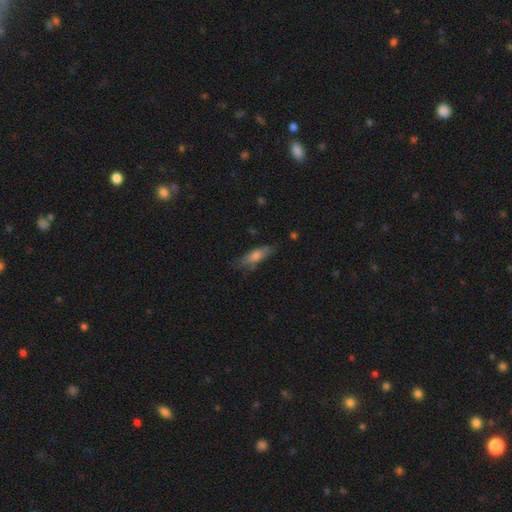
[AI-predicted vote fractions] The model was most divided on "how rounded": cigar-shaped: 55%, in between: 42%, round: 2%. More confident: merging — none (68%); smooth or featured — smooth (65%).